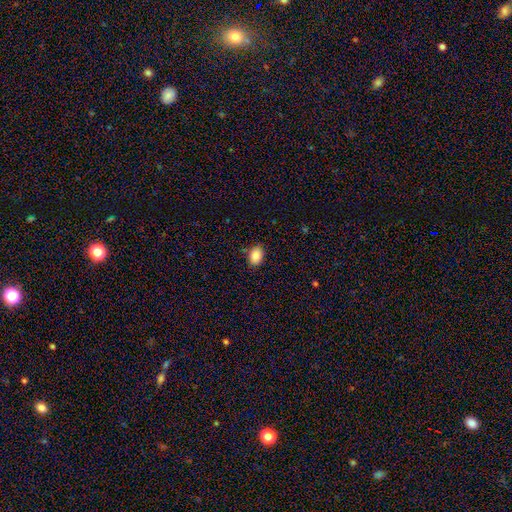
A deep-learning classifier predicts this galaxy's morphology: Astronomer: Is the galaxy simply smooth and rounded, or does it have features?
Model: smooth — 88%.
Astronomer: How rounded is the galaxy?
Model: in between — 78%.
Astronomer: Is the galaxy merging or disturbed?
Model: none — 85%.